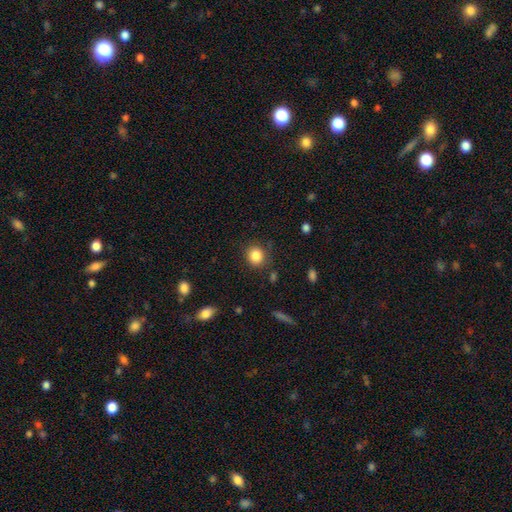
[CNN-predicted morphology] smooth 85%, star or artifact 10%, featured or disk 5%. Down the decision tree: how rounded — round (83%); merging — none (83%).